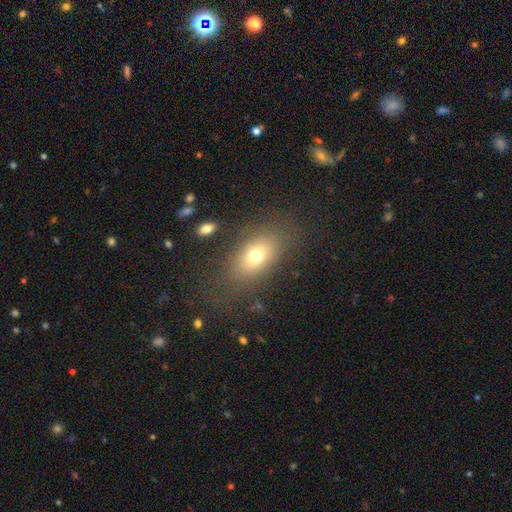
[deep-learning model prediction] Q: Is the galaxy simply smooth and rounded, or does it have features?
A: smooth — 69%.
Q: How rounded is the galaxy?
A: in between — 80%.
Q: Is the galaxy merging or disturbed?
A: none — 75%.